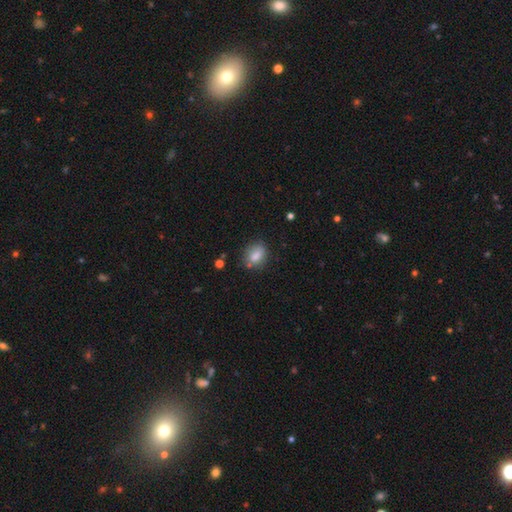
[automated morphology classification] The model was most divided on "how rounded": in between: 68%, round: 29%, cigar-shaped: 2%. More confident: smooth or featured — smooth (79%); merging — none (67%).